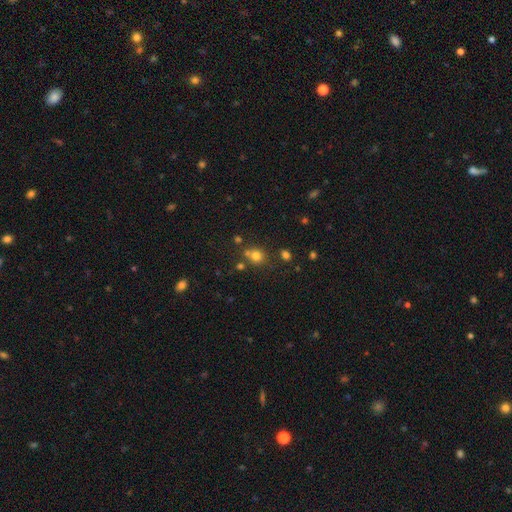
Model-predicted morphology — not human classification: smooth_or_featured: smooth (p=0.74) [alt: star or artifact p=0.18]
how_rounded: round (p=0.82) [alt: in between p=0.17]
merging: none (p=0.61) [alt: merger p=0.24]